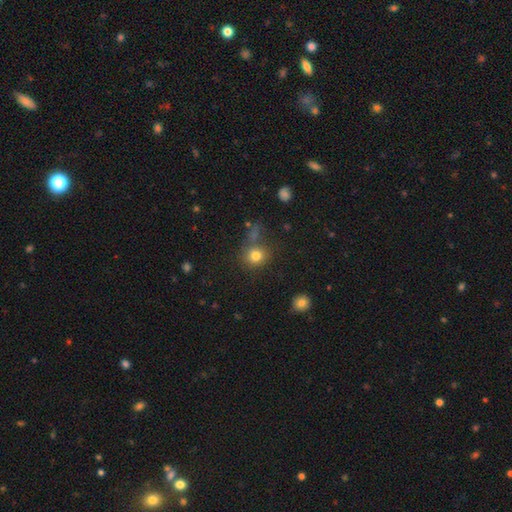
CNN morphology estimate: smooth 79%, star or artifact 14%, featured or disk 7%. Down the decision tree: how rounded — round (85%); merging — none (70%).